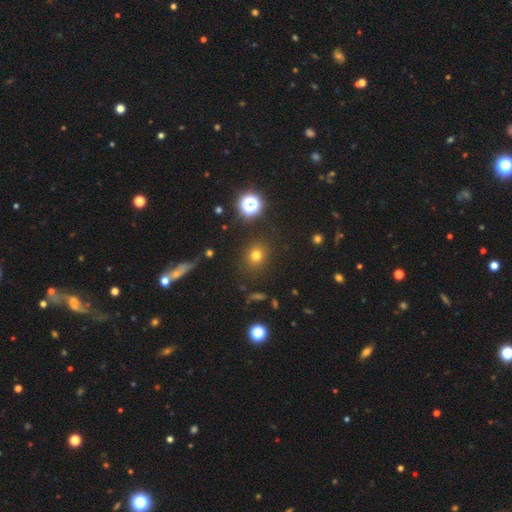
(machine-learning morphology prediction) smooth-or-featured: smooth: 74% | star or artifact: 19% | featured or disk: 7%
  how-rounded: round: 79% | in between: 19% | cigar-shaped: 1%
  merging: none: 87% | minor disturbance: 8% | major disturbance: 3% | merger: 2%